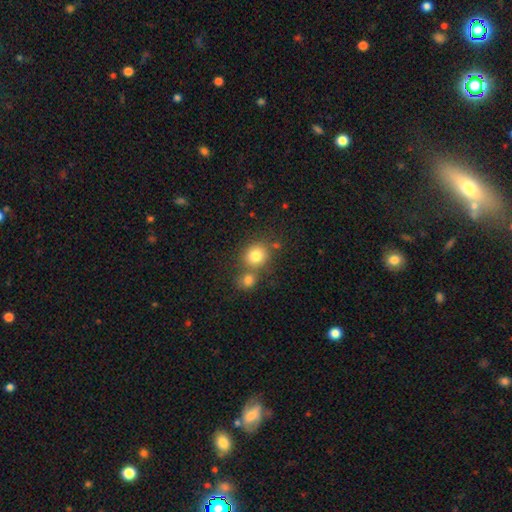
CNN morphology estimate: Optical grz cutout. It shows a smooth galaxy with no disk features (80%) that is round (82%). Merging: none (57%).